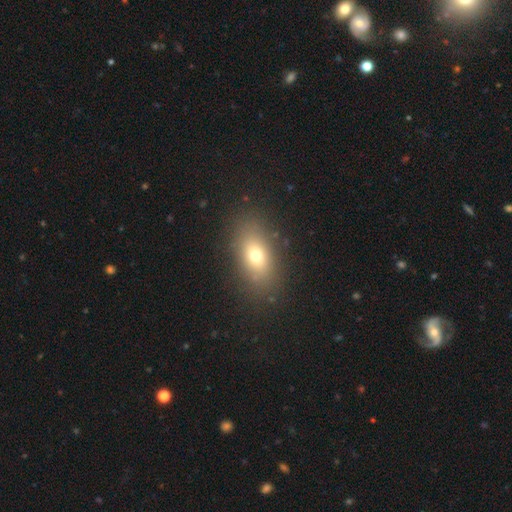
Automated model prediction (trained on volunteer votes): smooth_or_featured: smooth (p=0.70) [alt: featured or disk p=0.17]
how_rounded: in between (p=0.82) [alt: round p=0.14]
merging: none (p=0.84) [alt: minor disturbance p=0.10]